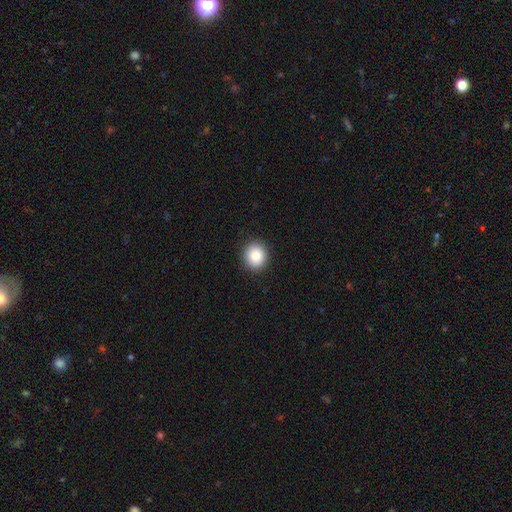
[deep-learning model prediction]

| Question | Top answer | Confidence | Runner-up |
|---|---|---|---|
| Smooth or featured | smooth | 86% | star or artifact (9%) |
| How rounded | round | 85% | in between (14%) |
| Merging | none | 91% | minor disturbance (6%) |